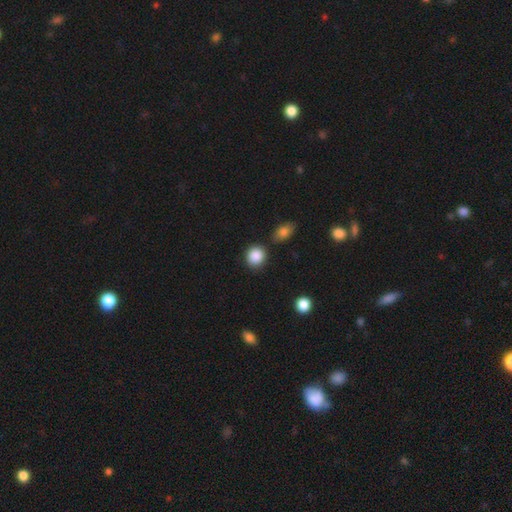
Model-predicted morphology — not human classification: This is clearly a smooth galaxy (88%). How rounded: clearly round (84%). Merging: likely none (79%).